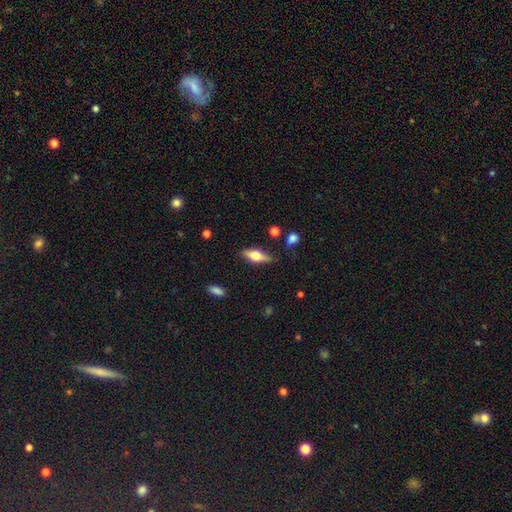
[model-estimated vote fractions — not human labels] A smooth galaxy with no disk features (48%). Merging: none (81%).